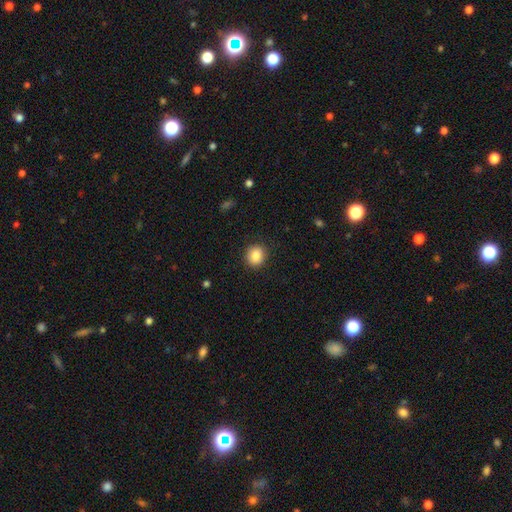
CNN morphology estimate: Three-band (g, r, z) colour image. It shows a smooth galaxy with no disk features (87%) that is round (78%). Merging: none (89%).